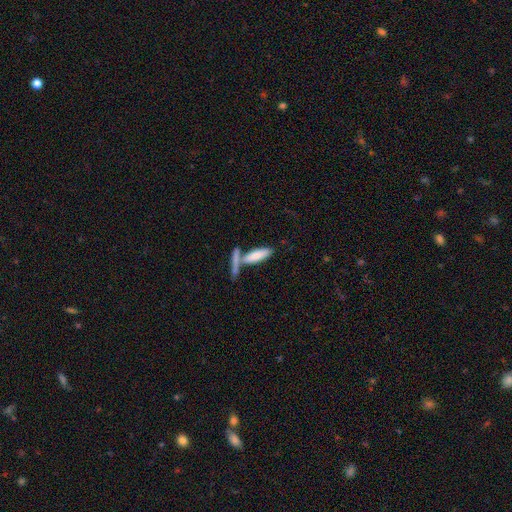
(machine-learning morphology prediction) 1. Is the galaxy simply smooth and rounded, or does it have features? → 76% smooth, 17% featured or disk, 6% star or artifact.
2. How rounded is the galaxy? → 52% cigar-shaped, 47% in between, 2% round.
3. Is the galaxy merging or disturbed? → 45% none, 39% merger, 11% minor disturbance, 5% major disturbance.